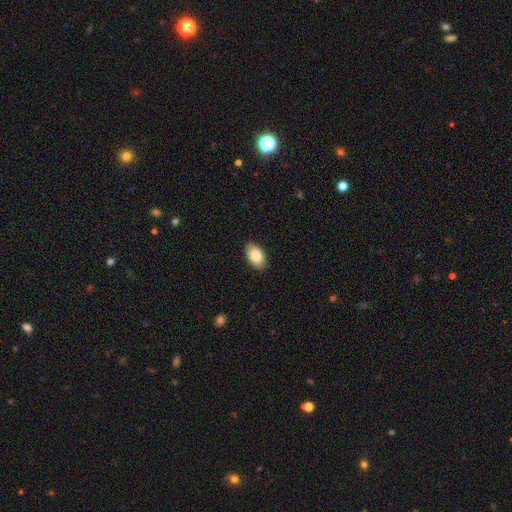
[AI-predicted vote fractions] The model was most divided on "smooth or featured": smooth: 86%, featured or disk: 8%, star or artifact: 6%. More confident: how rounded — in between (94%); merging — none (88%).